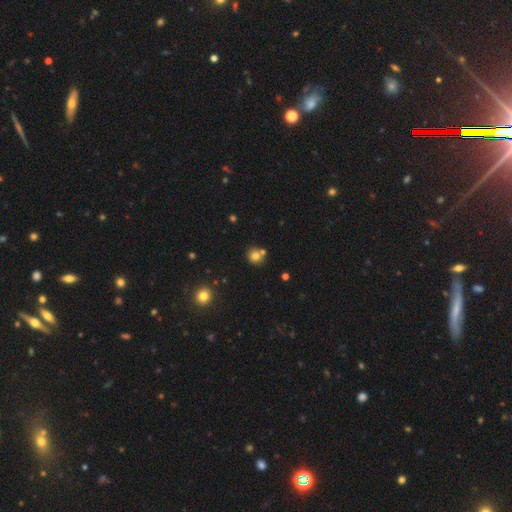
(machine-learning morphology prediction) Q: Smooth or featured?
A: smooth (76%); runner-up: star or artifact (14%)
Q: How rounded?
A: round (89%); runner-up: in between (10%)
Q: Merging?
A: none (68%); runner-up: merger (20%)